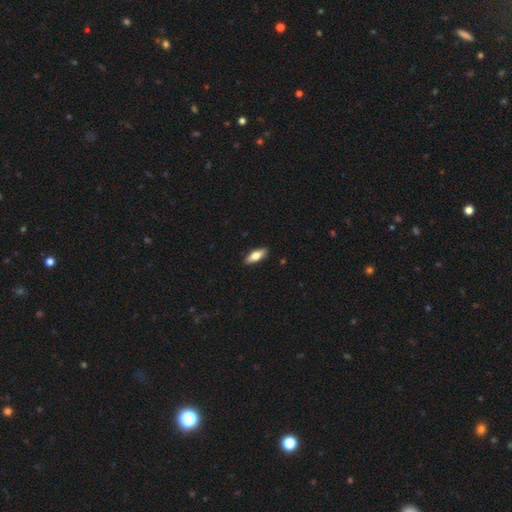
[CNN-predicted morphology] A smooth galaxy with no disk features (65%) that is in between round and cigar-shaped (64%).

Vote fractions:
- Smooth or featured? smooth: 65% / featured or disk: 29% / star or artifact: 6%
- How rounded? in between: 64% / cigar-shaped: 34% / round: 2%
- Merging? none: 90% / minor disturbance: 8% / major disturbance: 2% / merger: 1%